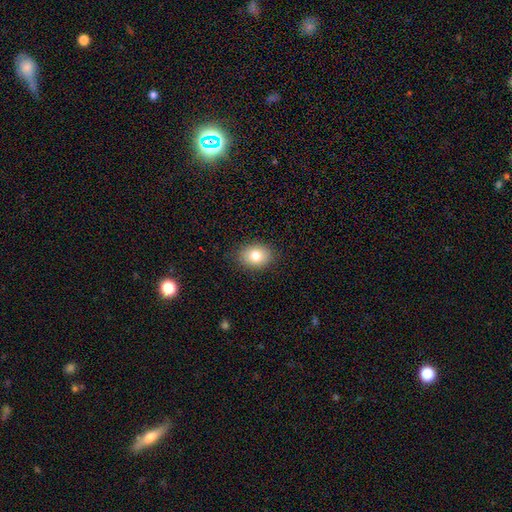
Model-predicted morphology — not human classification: This appears to be a smooth galaxy with no disk features (80%) that is in between round and cigar-shaped (62%). Merging: none (87%).